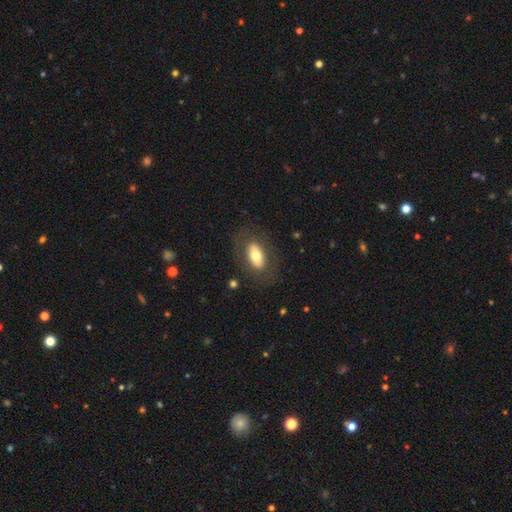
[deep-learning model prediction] A smooth galaxy with no disk features (64%) that is in between round and cigar-shaped (90%). Merging: none (79%).